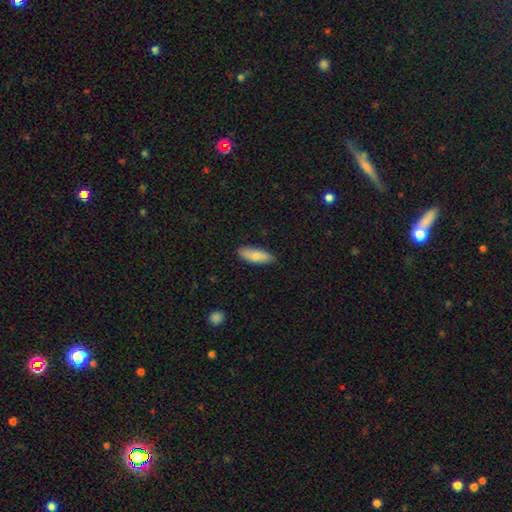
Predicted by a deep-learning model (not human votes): Smooth or featured?
  - smooth: 83% *
  - featured or disk: 12%
  - star or artifact: 6%
How rounded?
  - in between: 62% *
  - cigar-shaped: 36%
  - round: 2%
Merging?
  - none: 83% *
  - minor disturbance: 14%
  - major disturbance: 2%
  - merger: 1%